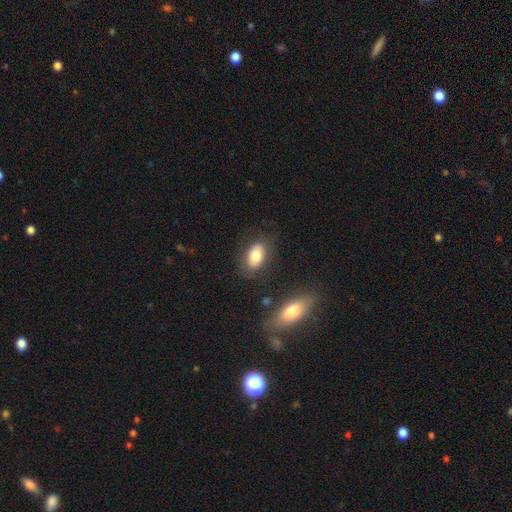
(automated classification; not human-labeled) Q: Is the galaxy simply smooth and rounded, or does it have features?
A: smooth — 79%.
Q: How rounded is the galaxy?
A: in between — 90%.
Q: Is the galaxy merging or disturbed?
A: none — 80%.